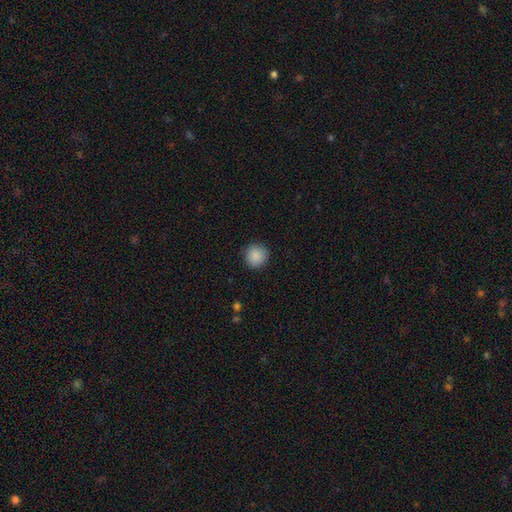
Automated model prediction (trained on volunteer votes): The model was most divided on "smooth or featured": smooth: 89%, star or artifact: 8%, featured or disk: 3%. More confident: how rounded — round (93%); merging — none (89%).